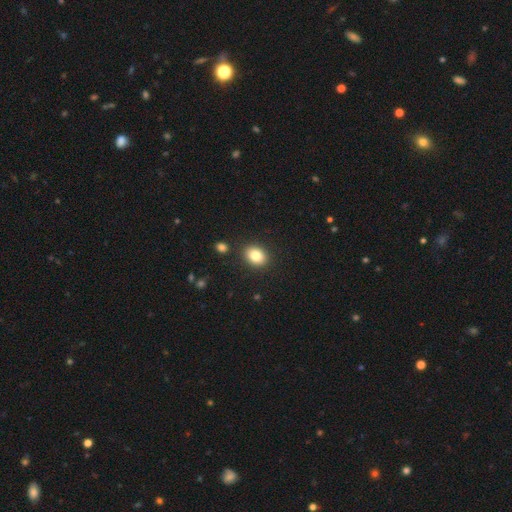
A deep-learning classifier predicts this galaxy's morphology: Smooth or featured? smooth (84%)
How rounded? in between (65%)
Merging? none (87%)